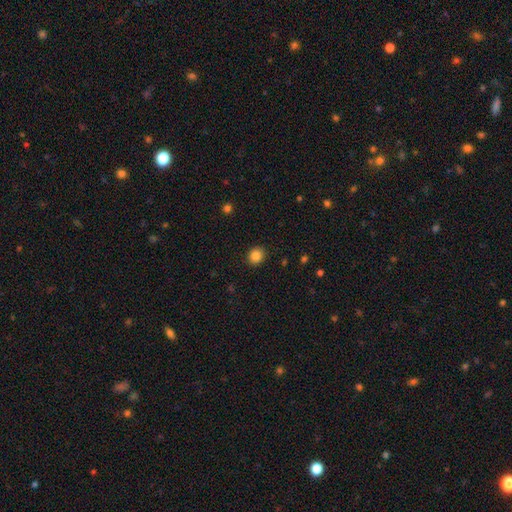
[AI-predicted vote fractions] Smooth or featured?
  - smooth: 86% *
  - star or artifact: 10%
  - featured or disk: 4%
How rounded?
  - round: 75% *
  - in between: 25%
  - cigar-shaped: 1%
Merging?
  - none: 91% *
  - minor disturbance: 6%
  - major disturbance: 2%
  - merger: 1%